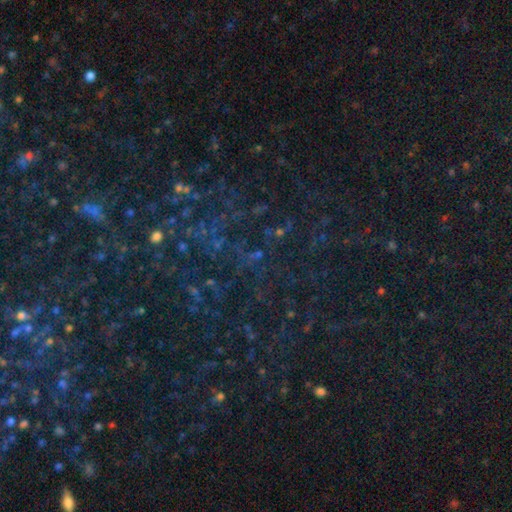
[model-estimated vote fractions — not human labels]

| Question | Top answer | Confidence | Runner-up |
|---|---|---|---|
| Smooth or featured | star or artifact | 77% | smooth (13%) |